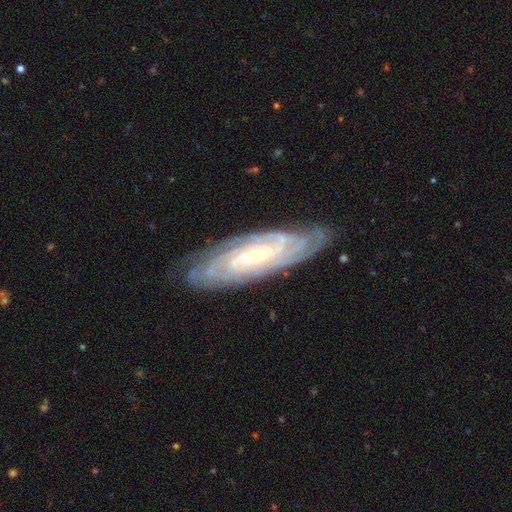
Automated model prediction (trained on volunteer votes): A featured or disk galaxy (87%) with no bar (46%), tight (77%) spiral arms (97%) and a small central bulge (61%).

Vote fractions:
- Smooth or featured? featured or disk: 87% / smooth: 7% / star or artifact: 6%
- Edge-on disk? no: 86% / yes: 14%
- Bar? no: 46% / weak: 37% / strong: 17%
- Spiral arms? yes: 97% / no: 3%
- Spiral winding? tight: 77% / medium: 20% / loose: 3%
- Spiral arm count? can't tell: 32% / 4: 24% / 3: 15% / more than 4: 12% / 2: 11% / 1: 6%
- Bulge size? small: 61% / moderate: 32% / large: 3% / none: 3% / dominant: 1%
- Merging? none: 79% / minor disturbance: 16% / major disturbance: 4% / merger: 1%